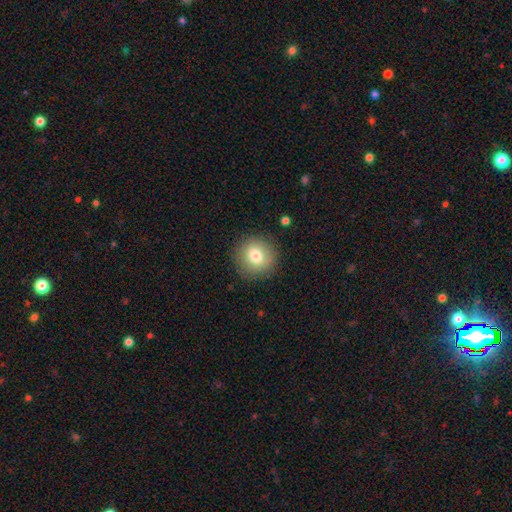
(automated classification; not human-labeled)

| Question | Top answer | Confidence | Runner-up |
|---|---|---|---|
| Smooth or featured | smooth | 76% | featured or disk (14%) |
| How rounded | round | 90% | in between (9%) |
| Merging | none | 87% | minor disturbance (9%) |